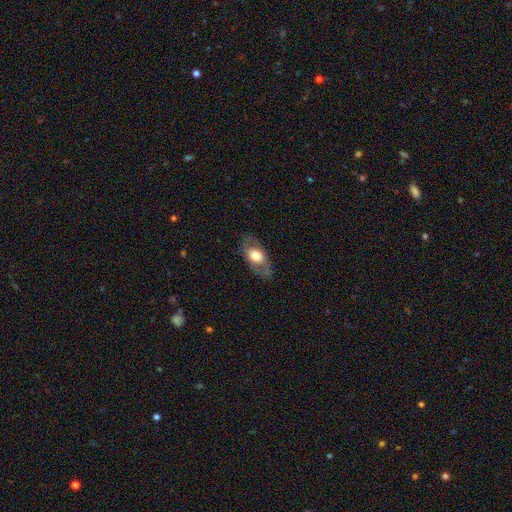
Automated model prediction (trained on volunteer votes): Q: Smooth or featured?
A: smooth (48%); runner-up: featured or disk (46%)
Q: Merging?
A: none (76%); runner-up: minor disturbance (15%)